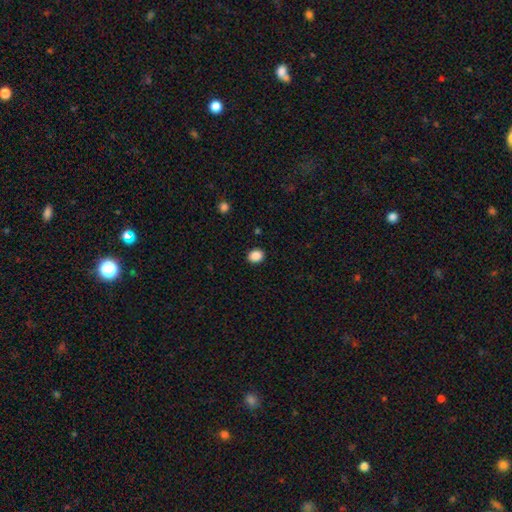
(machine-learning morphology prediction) The model was most divided on "how rounded": round: 57%, in between: 42%, cigar-shaped: 1%. More confident: merging — none (91%); smooth or featured — smooth (88%).